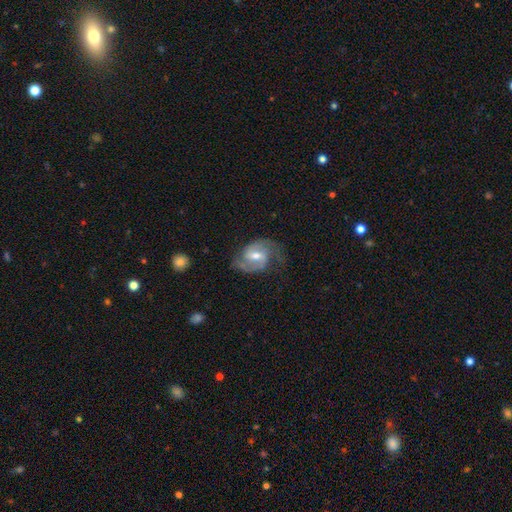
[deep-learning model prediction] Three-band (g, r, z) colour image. It shows a featured or disk galaxy (81%) with a weak bar (56%), 2 (87%) medium (52%) spiral arms (94%) and a moderate central bulge (65%). Merging: none (65%).